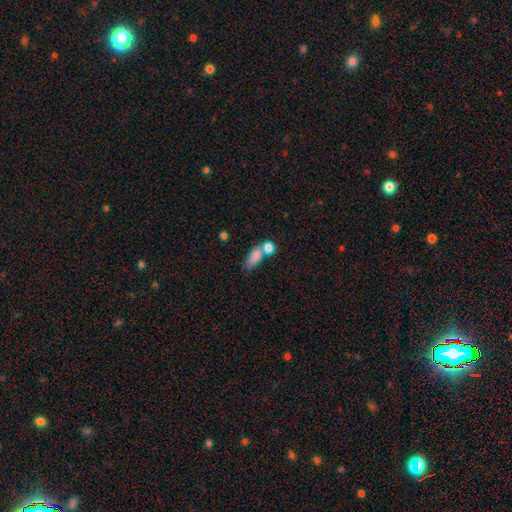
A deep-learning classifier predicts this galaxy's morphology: Q: Smooth or featured?
A: smooth (80%); runner-up: featured or disk (10%)
Q: How rounded?
A: in between (72%); runner-up: cigar-shaped (16%)
Q: Merging?
A: none (40%); runner-up: merger (39%)